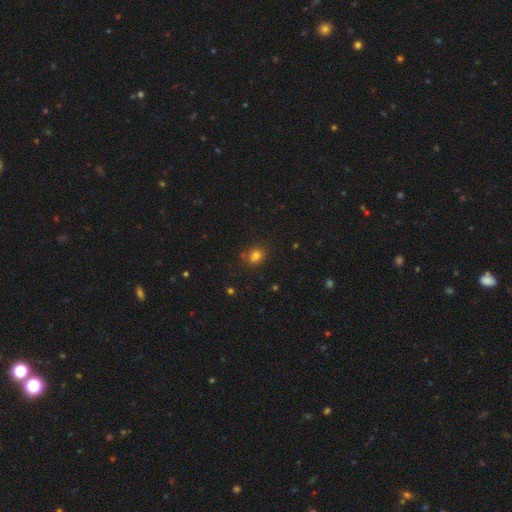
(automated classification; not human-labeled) Smooth or featured?
  - smooth: 76% *
  - star or artifact: 16%
  - featured or disk: 8%
How rounded?
  - round: 50% *
  - in between: 49%
  - cigar-shaped: 1%
Merging?
  - none: 70% *
  - minor disturbance: 16%
  - merger: 10%
  - major disturbance: 4%